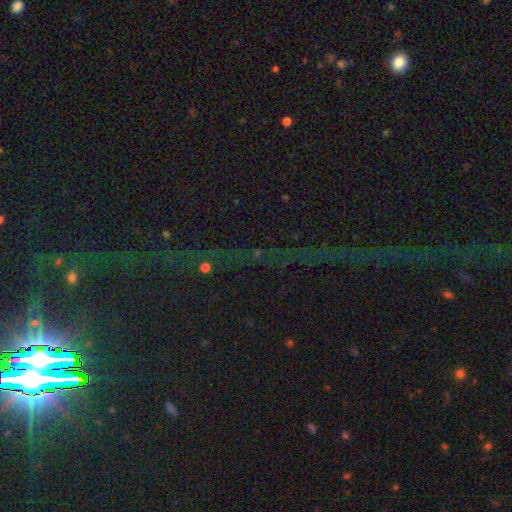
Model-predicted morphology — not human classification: Smooth or featured? Predicted: star or artifact (p=0.80).